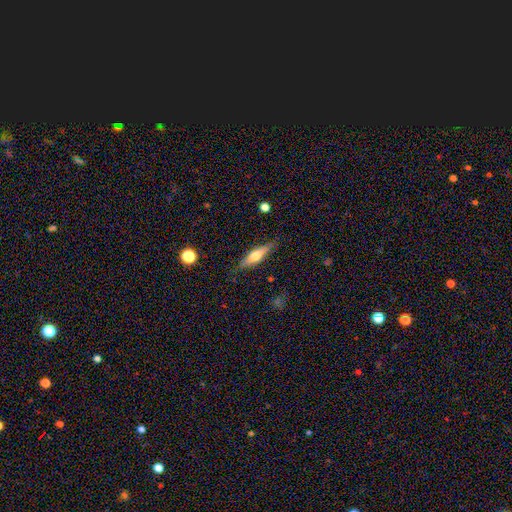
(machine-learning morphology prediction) A featured or disk galaxy (55%) viewed edge-on (94%) with a rounded central bulge (91%). Merging: none (85%).